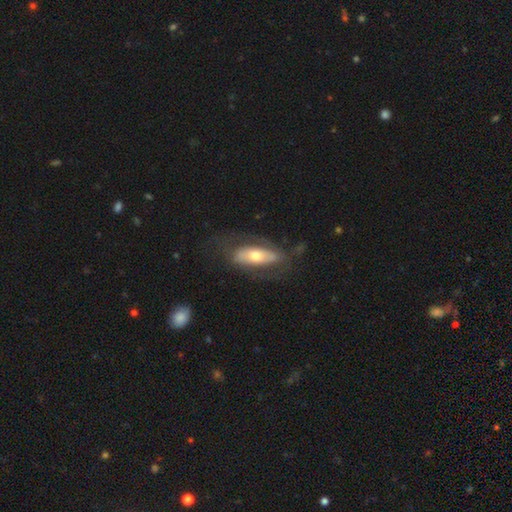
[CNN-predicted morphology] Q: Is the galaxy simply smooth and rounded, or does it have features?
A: featured or disk — 49%.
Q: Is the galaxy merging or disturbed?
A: none — 66%.